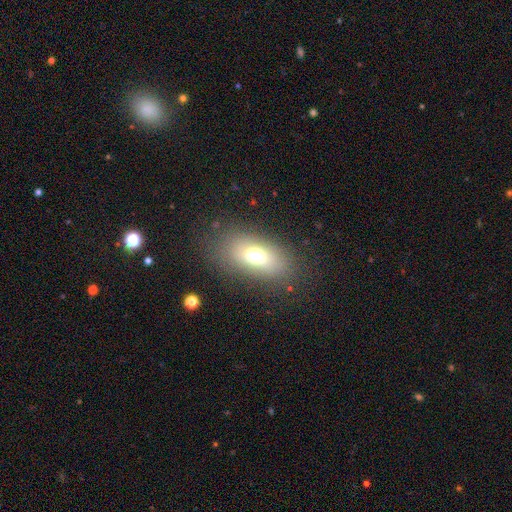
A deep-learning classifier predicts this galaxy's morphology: smooth-or-featured: smooth: 67% | featured or disk: 19% | star or artifact: 14%
  how-rounded: in between: 82% | round: 14% | cigar-shaped: 4%
  merging: none: 78% | minor disturbance: 12% | major disturbance: 8% | merger: 1%